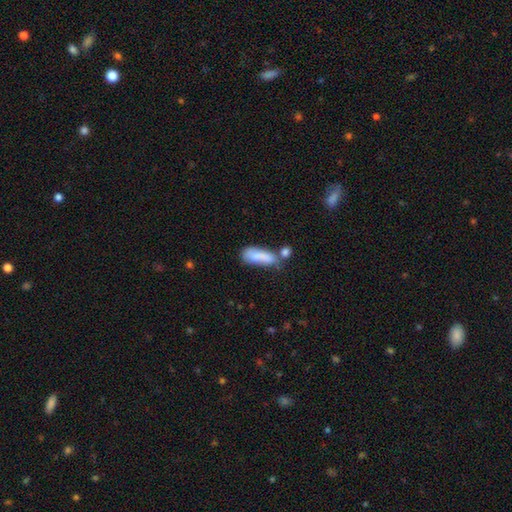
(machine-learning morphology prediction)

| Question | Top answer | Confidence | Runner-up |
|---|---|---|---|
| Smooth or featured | smooth | 77% | featured or disk (15%) |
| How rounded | in between | 60% | cigar-shaped (37%) |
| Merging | none | 36% | merger (32%) |